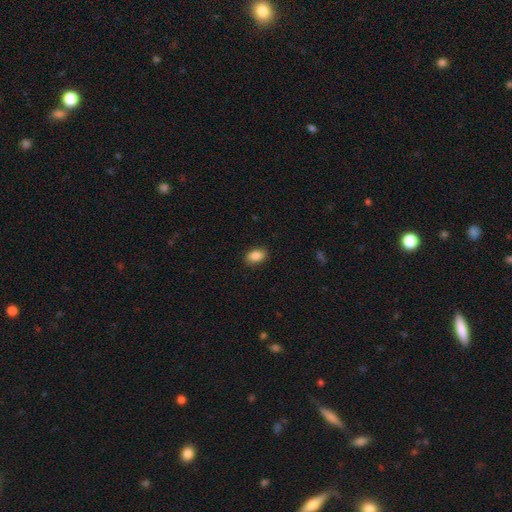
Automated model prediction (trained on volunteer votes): Smooth or featured: smooth — 87% (star or artifact — 8%)
How rounded: in between — 87% (round — 11%)
Merging: none — 88% (minor disturbance — 9%)